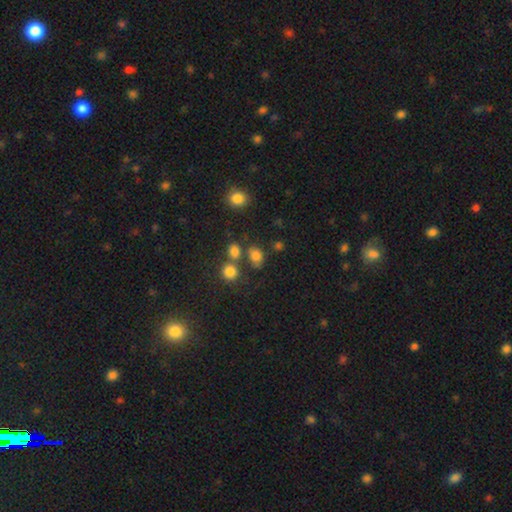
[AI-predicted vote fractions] Smooth or featured?
  - smooth: 77% *
  - star or artifact: 15%
  - featured or disk: 8%
How rounded?
  - in between: 50% *
  - round: 49%
  - cigar-shaped: 1%
Merging?
  - none: 58% *
  - merger: 21%
  - minor disturbance: 14%
  - major disturbance: 7%